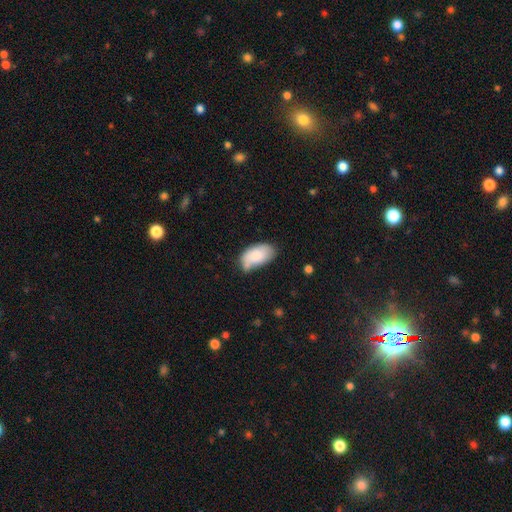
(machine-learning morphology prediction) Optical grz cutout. It shows a smooth galaxy with no disk features (83%) that is in between round and cigar-shaped (95%). Merging: none (49%).